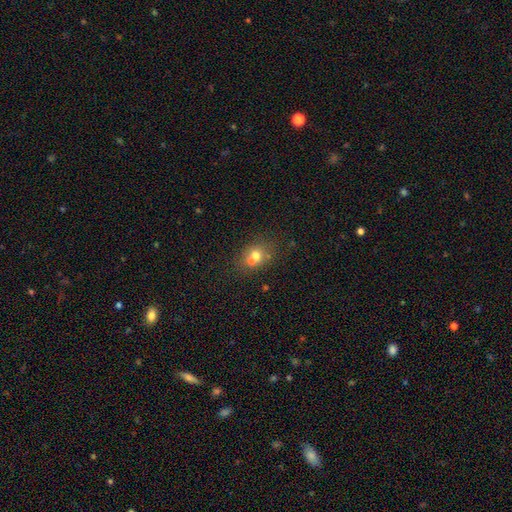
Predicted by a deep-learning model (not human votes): Morphology: type=smooth (64%); roundness=round (65%); merging=merger (49%).